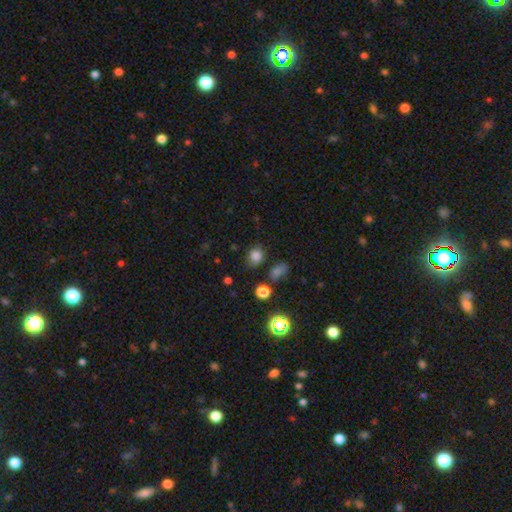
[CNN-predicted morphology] Smooth or featured: smooth — 79% (star or artifact — 16%)
How rounded: round — 56% (in between — 43%)
Merging: none — 74% (minor disturbance — 16%)